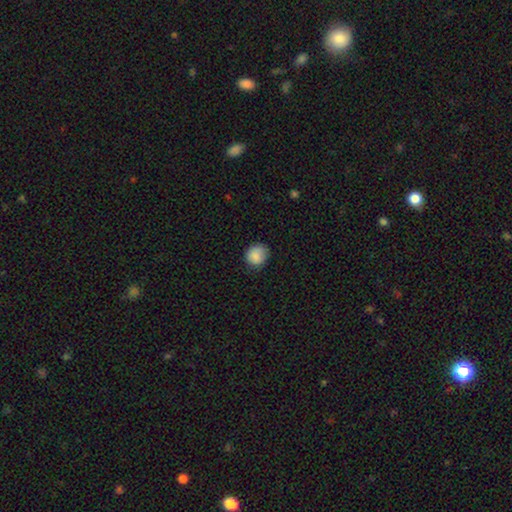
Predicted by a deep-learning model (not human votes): A smooth galaxy with no disk features (87%) that is round (76%). Merging: none (76%).